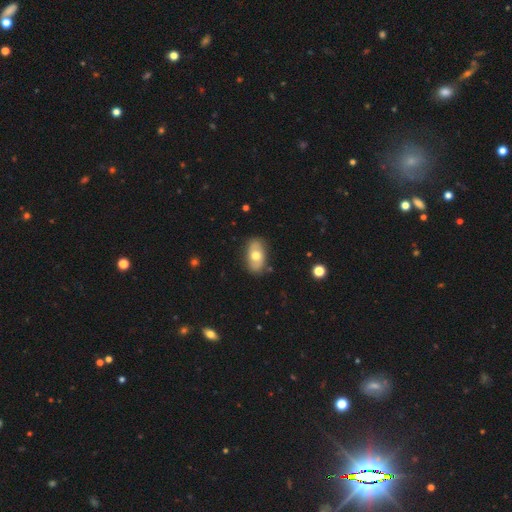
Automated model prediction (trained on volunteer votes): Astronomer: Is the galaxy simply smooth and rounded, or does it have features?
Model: smooth — 61%.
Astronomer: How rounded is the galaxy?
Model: in between — 90%.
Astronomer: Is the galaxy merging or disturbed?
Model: none — 83%.